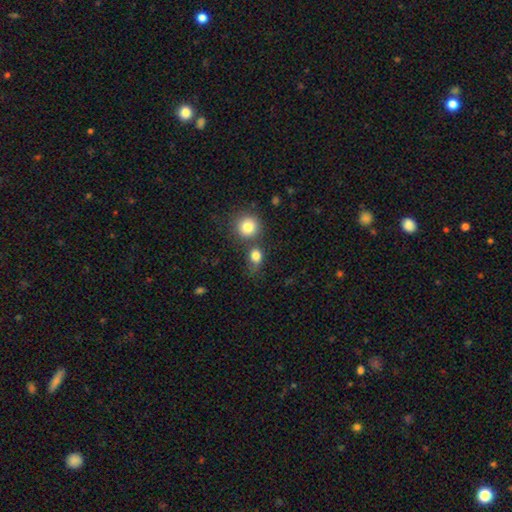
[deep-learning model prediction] This appears to be a smooth galaxy with no disk features (82%) that is round (59%). Merging: none (51%).